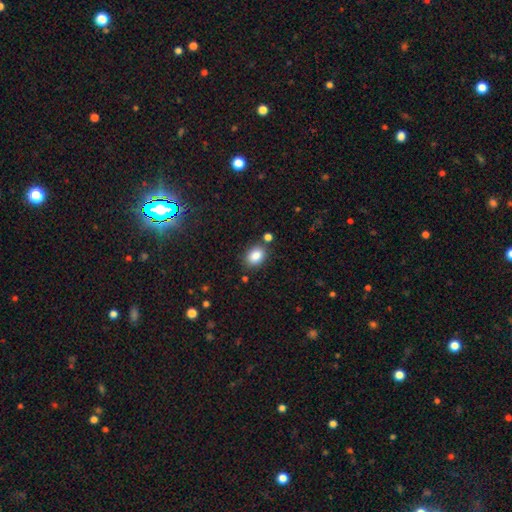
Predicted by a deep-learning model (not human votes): This appears to be a smooth galaxy with no disk features (86%) that is in between round and cigar-shaped (74%). Merging: none (78%).